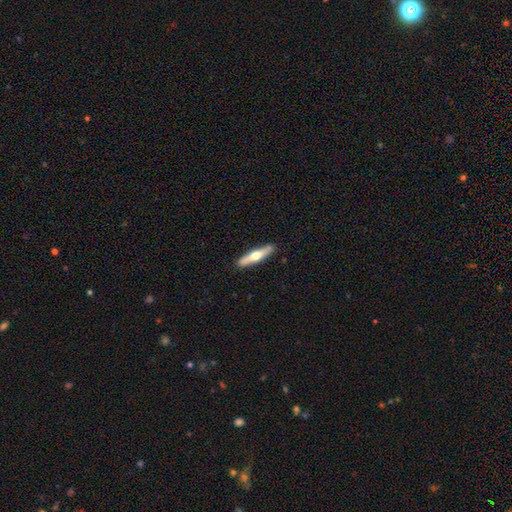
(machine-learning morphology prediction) Smooth or featured: featured or disk — 51% (smooth — 44%)
Edge-on disk: yes — 92% (no — 8%)
Merging: none — 90% (minor disturbance — 7%)